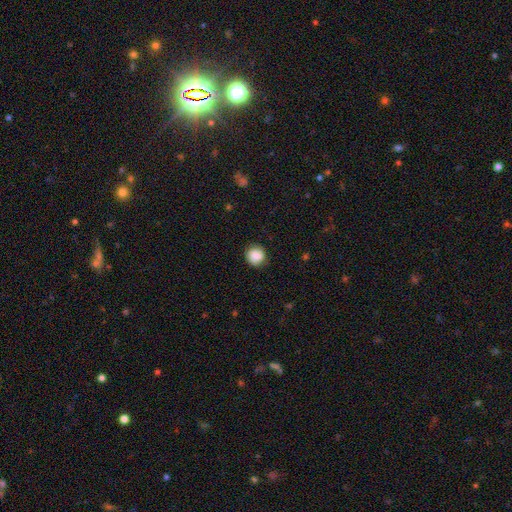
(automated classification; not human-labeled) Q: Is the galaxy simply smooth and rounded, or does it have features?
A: smooth — 85%.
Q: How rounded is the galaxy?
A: round — 89%.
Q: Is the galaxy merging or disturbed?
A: none — 83%.